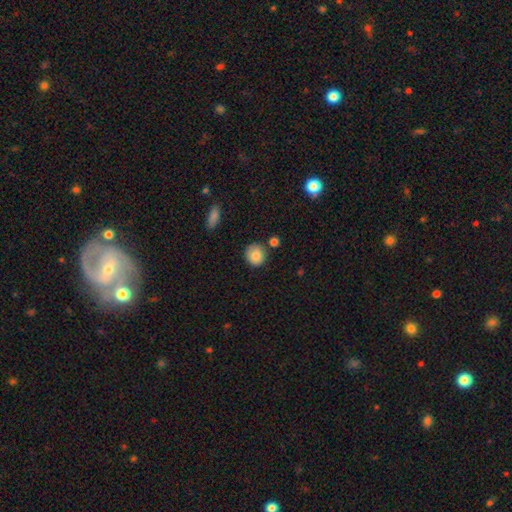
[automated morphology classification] Smooth or featured?
  - smooth: 85% *
  - star or artifact: 8%
  - featured or disk: 7%
How rounded?
  - round: 87% *
  - in between: 12%
  - cigar-shaped: 1%
Merging?
  - none: 78% *
  - minor disturbance: 13%
  - merger: 6%
  - major disturbance: 3%